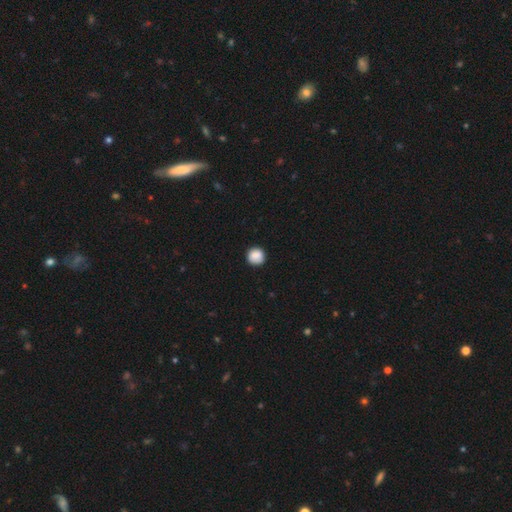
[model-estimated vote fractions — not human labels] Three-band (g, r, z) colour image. It shows a smooth galaxy with no disk features (87%) that is round (94%). Merging: none (89%).